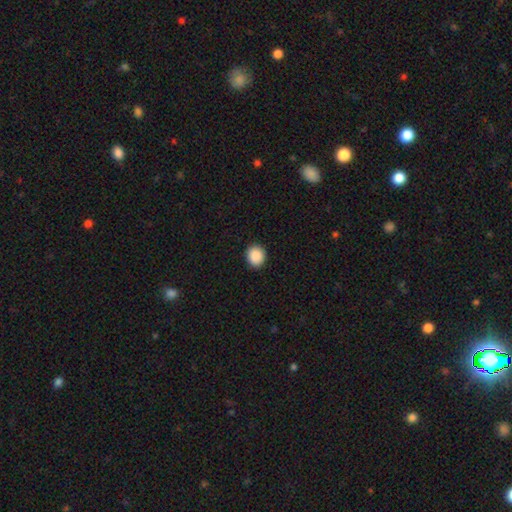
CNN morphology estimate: A smooth galaxy with no disk features (90%) that is round (82%). Merging: none (92%).